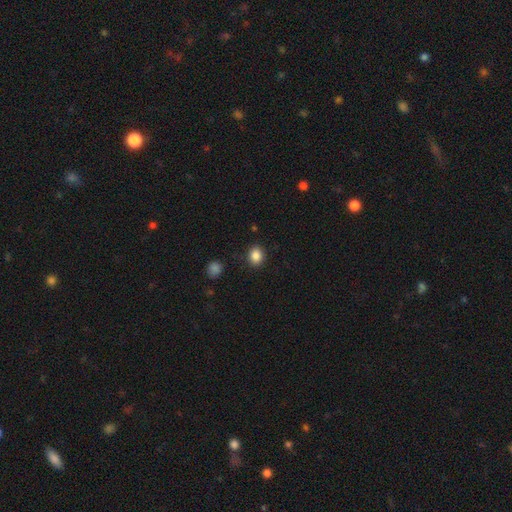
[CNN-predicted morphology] This is clearly a smooth galaxy (86%). How rounded: likely round (61%). Merging: clearly none (88%).